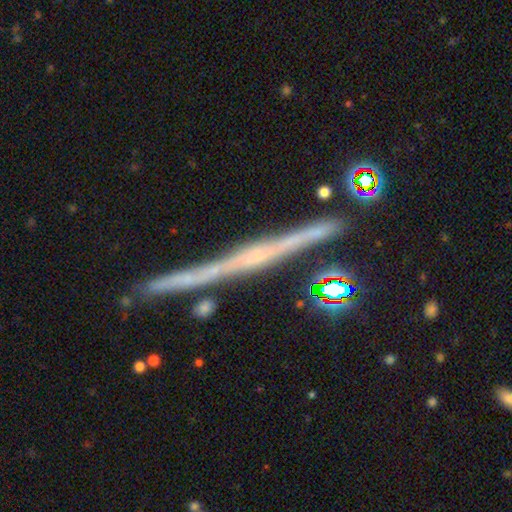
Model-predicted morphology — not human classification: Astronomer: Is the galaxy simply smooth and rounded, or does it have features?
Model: featured or disk — 79%.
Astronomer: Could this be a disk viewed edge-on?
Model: yes — 98%.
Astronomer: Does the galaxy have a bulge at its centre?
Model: none — 57% (runner-up: rounded, 35%).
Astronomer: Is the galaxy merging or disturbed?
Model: none — 86%.